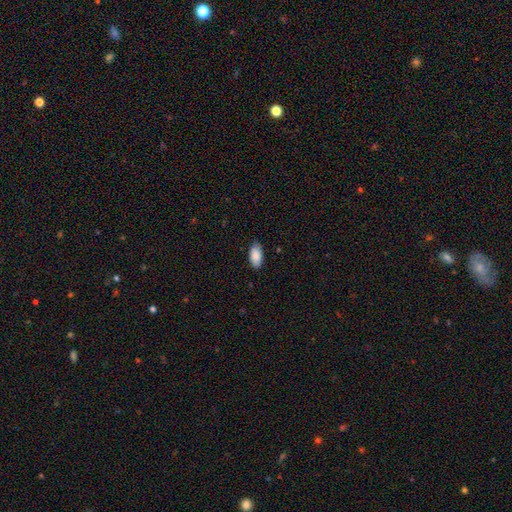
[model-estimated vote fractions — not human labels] Smooth or featured? Predicted: smooth (p=0.87). How rounded? Predicted: in between (p=0.93). Merging? Predicted: none (p=0.83).